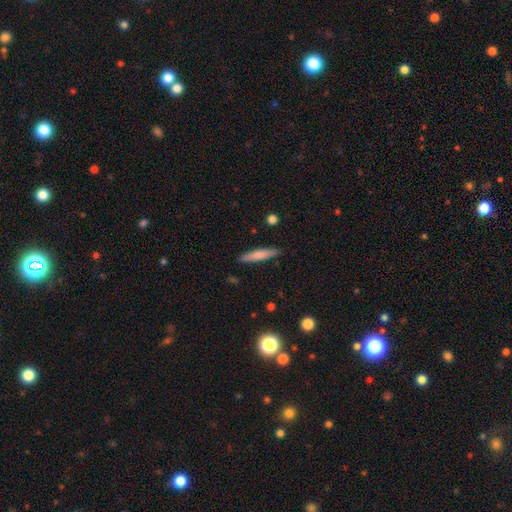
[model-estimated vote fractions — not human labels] Q: Smooth or featured?
A: smooth (68%); runner-up: featured or disk (25%)
Q: How rounded?
A: cigar-shaped (90%); runner-up: in between (8%)
Q: Merging?
A: none (89%); runner-up: minor disturbance (8%)